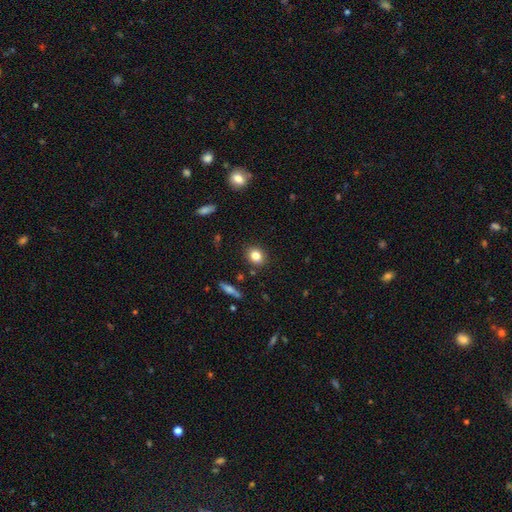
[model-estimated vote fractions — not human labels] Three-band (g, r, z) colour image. It shows a smooth galaxy with no disk features (81%) that is round (69%). Merging: none (89%).